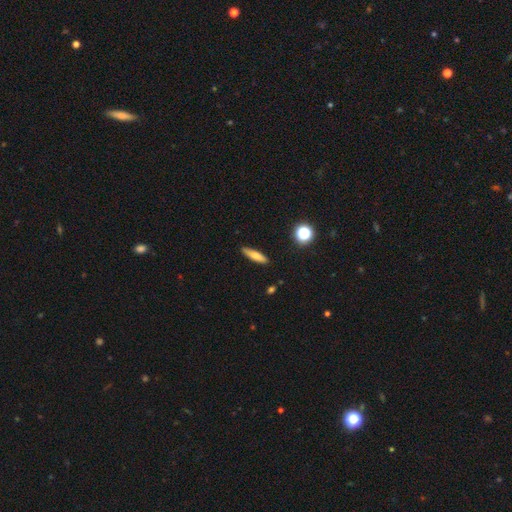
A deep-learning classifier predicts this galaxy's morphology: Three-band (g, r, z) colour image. It shows a smooth galaxy with no disk features (67%) that is cigar-shaped (75%). Merging: none (88%).